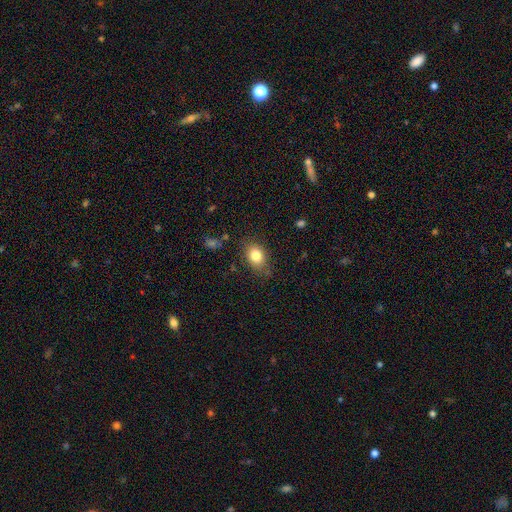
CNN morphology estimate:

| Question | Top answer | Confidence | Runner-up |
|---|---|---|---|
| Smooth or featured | smooth | 82% | star or artifact (9%) |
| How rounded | in between | 69% | round (29%) |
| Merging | none | 77% | minor disturbance (17%) |